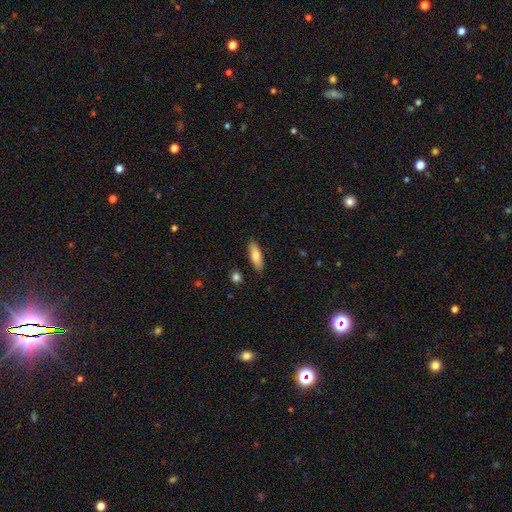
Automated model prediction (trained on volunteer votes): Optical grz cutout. It shows a smooth galaxy with no disk features (78%) that is in between round and cigar-shaped (59%). Merging: none (86%).